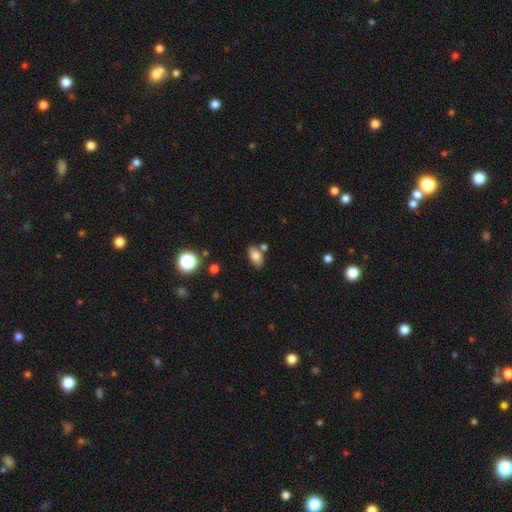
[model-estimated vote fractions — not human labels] A smooth galaxy with no disk features (78%) that is in between round and cigar-shaped (91%).

Vote fractions:
- Smooth or featured? smooth: 78% / featured or disk: 12% / star or artifact: 10%
- How rounded? in between: 91% / round: 6% / cigar-shaped: 3%
- Merging? none: 73% / minor disturbance: 12% / merger: 11% / major disturbance: 3%